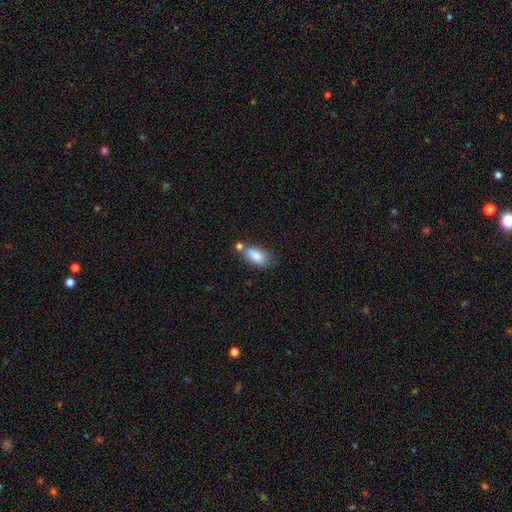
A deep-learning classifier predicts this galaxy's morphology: smooth_or_featured: smooth (p=0.82) [alt: featured or disk p=0.10]
how_rounded: in between (p=0.86) [alt: cigar-shaped p=0.10]
merging: none (p=0.45) [alt: merger p=0.28]